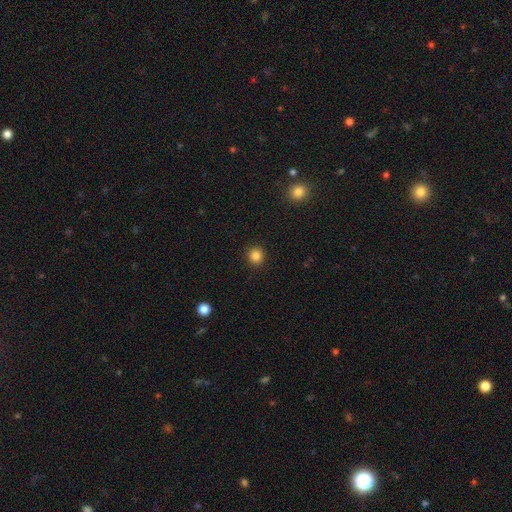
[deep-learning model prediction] Smooth or featured? smooth (84%)
How rounded? round (93%)
Merging? none (92%)